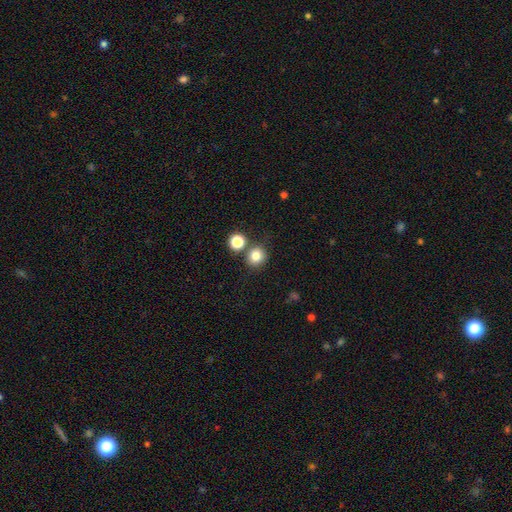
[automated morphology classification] smooth-or-featured: smooth: 81% | star or artifact: 13% | featured or disk: 6%
  how-rounded: round: 86% | in between: 13% | cigar-shaped: 1%
  merging: none: 76% | merger: 13% | minor disturbance: 9% | major disturbance: 3%